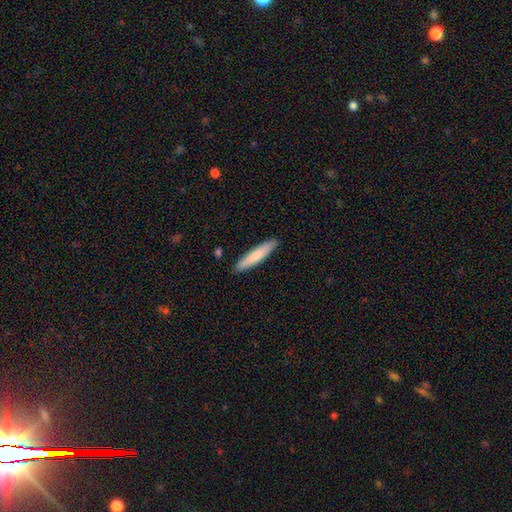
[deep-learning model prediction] Q: Smooth or featured?
A: smooth (78%); runner-up: featured or disk (17%)
Q: How rounded?
A: cigar-shaped (88%); runner-up: in between (11%)
Q: Merging?
A: none (90%); runner-up: minor disturbance (8%)